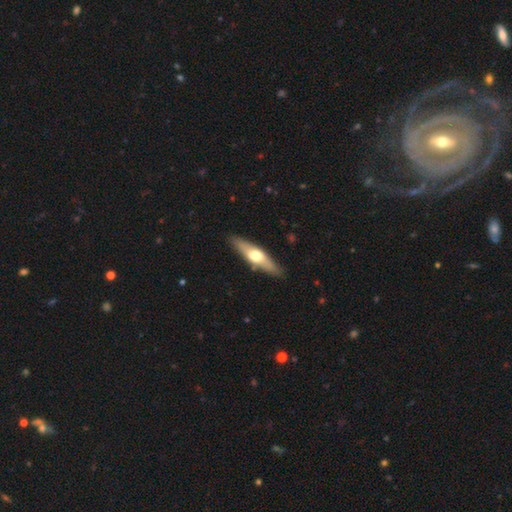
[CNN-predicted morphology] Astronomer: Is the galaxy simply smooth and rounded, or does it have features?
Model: featured or disk — 52% (runner-up: smooth, 43%).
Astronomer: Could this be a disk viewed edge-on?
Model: yes — 86%.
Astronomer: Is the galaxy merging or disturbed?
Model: none — 87%.